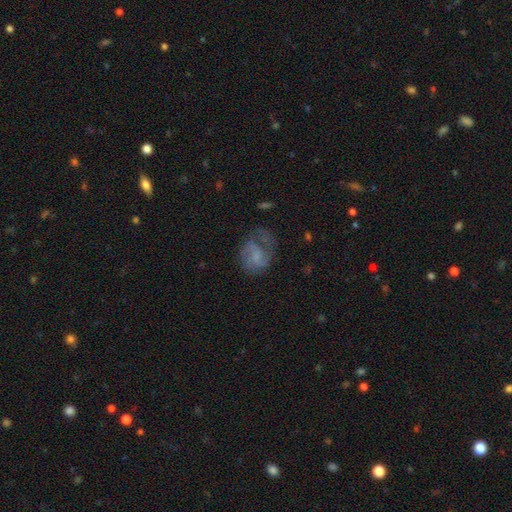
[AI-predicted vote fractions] Morphology: type=featured or disk (60%); edge-on=no (98%); bar=no (53%); spiral arms=yes (82%); bulge=none (47%); merging=none (48%).